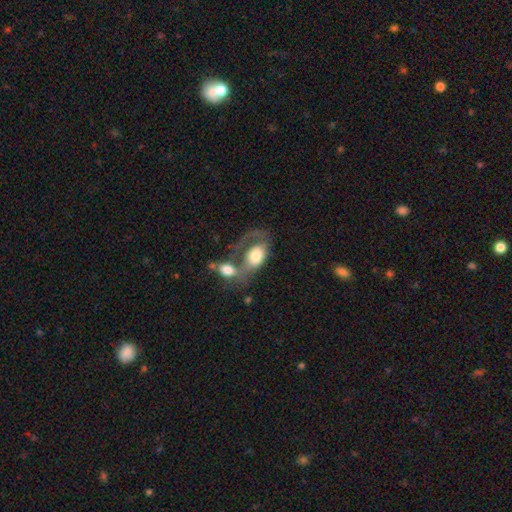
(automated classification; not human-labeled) Morphology: type=smooth (59%); roundness=in between (83%); merging=merger (59%).